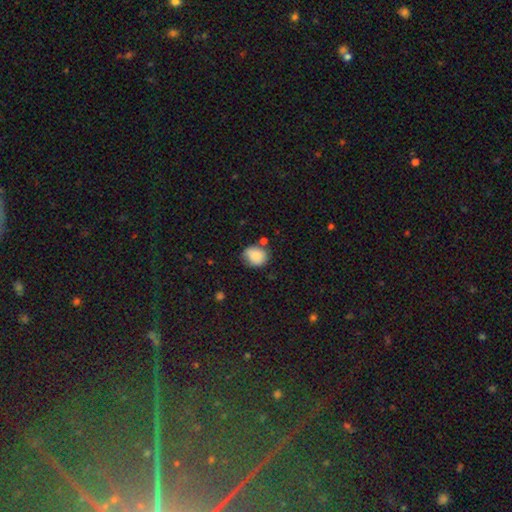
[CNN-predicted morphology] Smooth or featured? smooth (84%)
How rounded? round (61%)
Merging? none (62%)